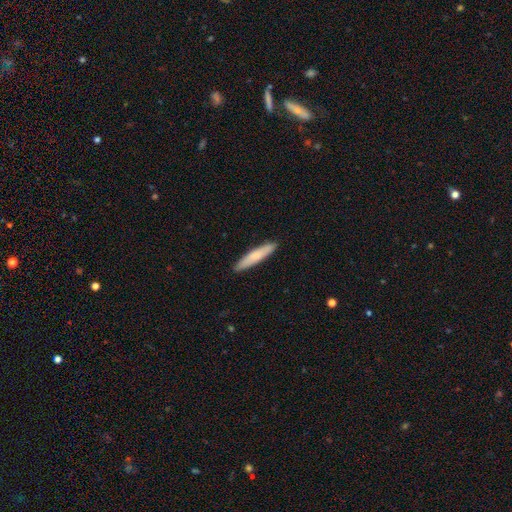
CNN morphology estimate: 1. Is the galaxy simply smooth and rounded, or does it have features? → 76% smooth, 19% featured or disk, 5% star or artifact.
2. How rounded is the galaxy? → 91% cigar-shaped, 8% in between, 1% round.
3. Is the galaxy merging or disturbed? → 91% none, 7% minor disturbance, 1% major disturbance, 1% merger.